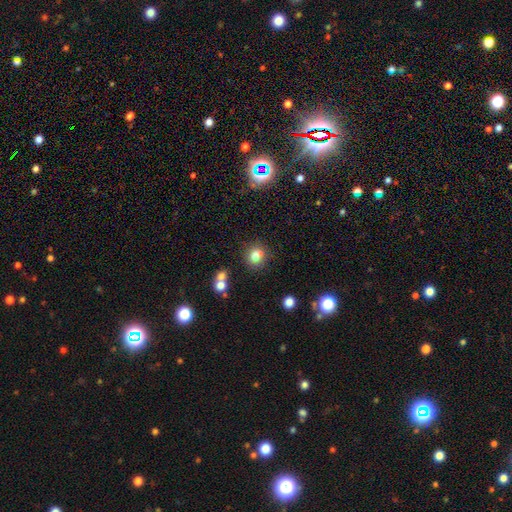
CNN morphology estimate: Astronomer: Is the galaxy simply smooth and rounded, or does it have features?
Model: smooth — 80%.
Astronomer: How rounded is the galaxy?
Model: round — 69%.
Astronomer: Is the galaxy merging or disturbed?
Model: none — 69%.